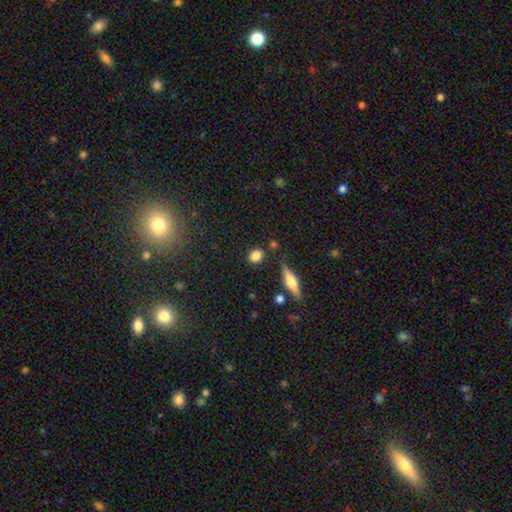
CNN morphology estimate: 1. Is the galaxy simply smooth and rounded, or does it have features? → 81% smooth, 10% star or artifact, 9% featured or disk.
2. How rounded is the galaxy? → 55% in between, 41% round, 4% cigar-shaped.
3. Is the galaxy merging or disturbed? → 83% none, 11% minor disturbance, 4% merger, 3% major disturbance.